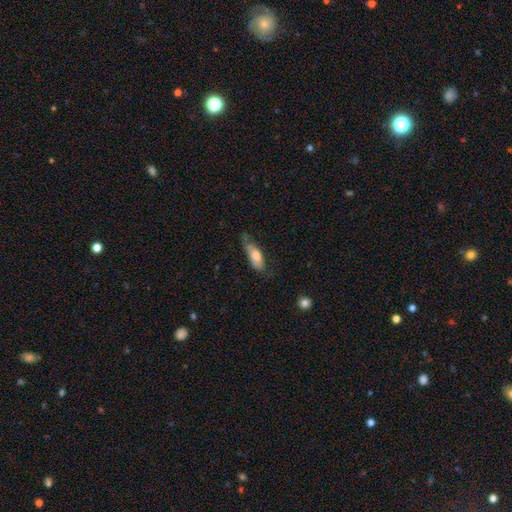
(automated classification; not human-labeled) This is likely a smooth galaxy (66%). How rounded: likely in between (65%). Merging: possibly none (48%).